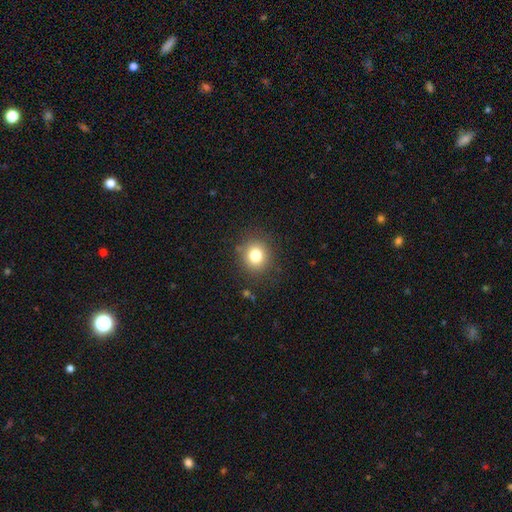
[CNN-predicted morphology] smooth 72%, star or artifact 22%, featured or disk 6%. Down the decision tree: how rounded — round (89%); merging — none (91%).